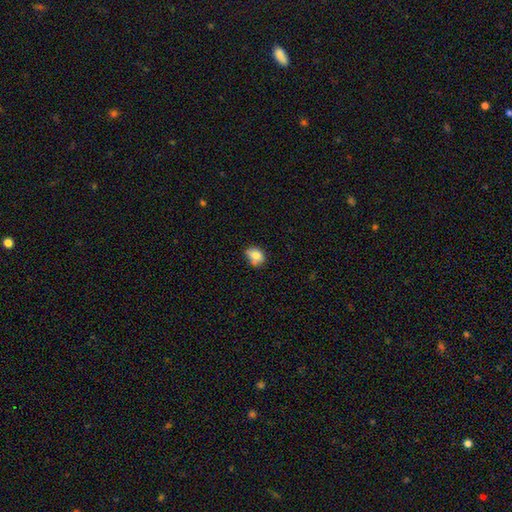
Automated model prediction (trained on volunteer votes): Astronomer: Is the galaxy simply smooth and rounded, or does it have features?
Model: smooth — 80%.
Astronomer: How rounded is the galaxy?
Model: in between — 52% (runner-up: round, 47%).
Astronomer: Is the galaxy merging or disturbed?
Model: none — 56%.